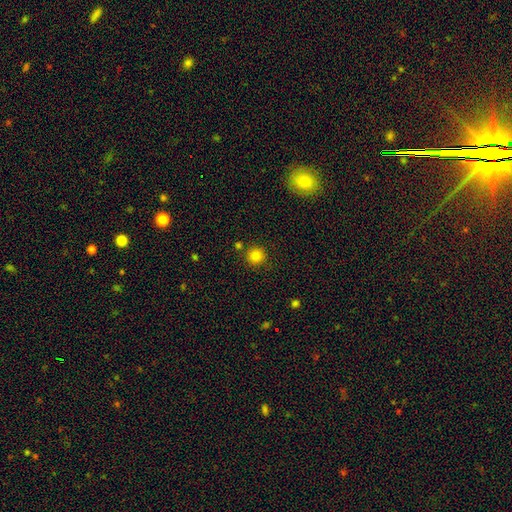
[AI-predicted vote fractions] smooth_or_featured: smooth (p=0.83) [alt: star or artifact p=0.12]
how_rounded: round (p=0.94) [alt: in between p=0.05]
merging: none (p=0.86) [alt: minor disturbance p=0.07]